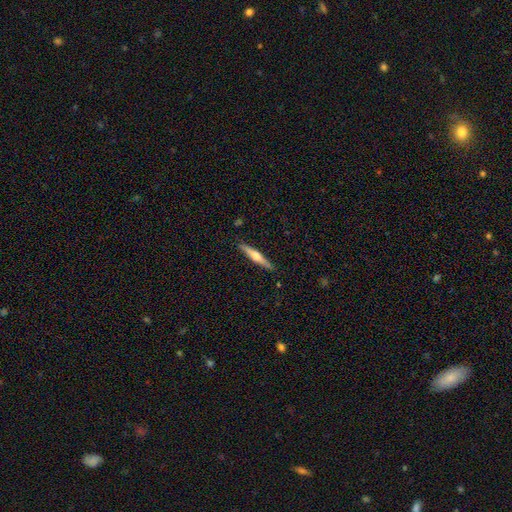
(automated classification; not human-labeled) Smooth or featured?
  - featured or disk: 57% *
  - smooth: 37%
  - star or artifact: 6%
Edge-on disk?
  - yes: 97% *
  - no: 3%
Edge-on bulge?
  - rounded: 88% *
  - none: 7%
  - boxy: 5%
Merging?
  - none: 90% *
  - minor disturbance: 8%
  - major disturbance: 1%
  - merger: 1%